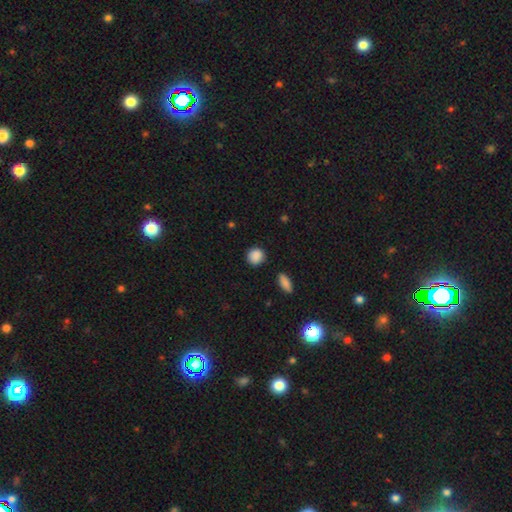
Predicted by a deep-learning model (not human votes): Smooth or featured: smooth — 88% (star or artifact — 9%)
How rounded: round — 86% (in between — 13%)
Merging: none — 86% (minor disturbance — 10%)